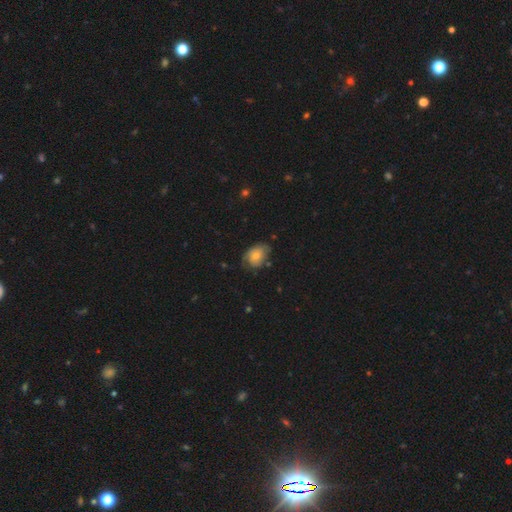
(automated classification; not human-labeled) smooth_or_featured: smooth (p=0.50) [alt: featured or disk p=0.41]
merging: none (p=0.51) [alt: minor disturbance p=0.33]